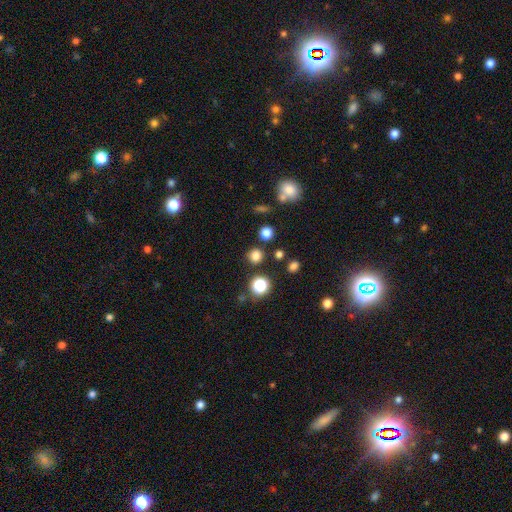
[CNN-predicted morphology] A smooth galaxy with no disk features (77%) that is round (91%). Merging: none (86%).